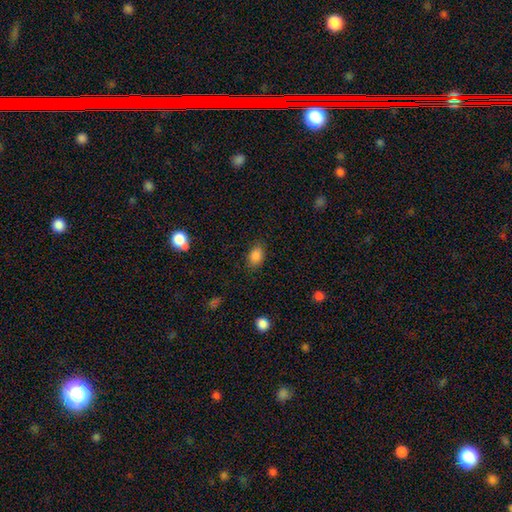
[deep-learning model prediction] Smooth or featured?
  - smooth: 86% *
  - star or artifact: 10%
  - featured or disk: 4%
How rounded?
  - in between: 82% *
  - round: 17%
  - cigar-shaped: 1%
Merging?
  - none: 83% *
  - minor disturbance: 13%
  - major disturbance: 3%
  - merger: 1%